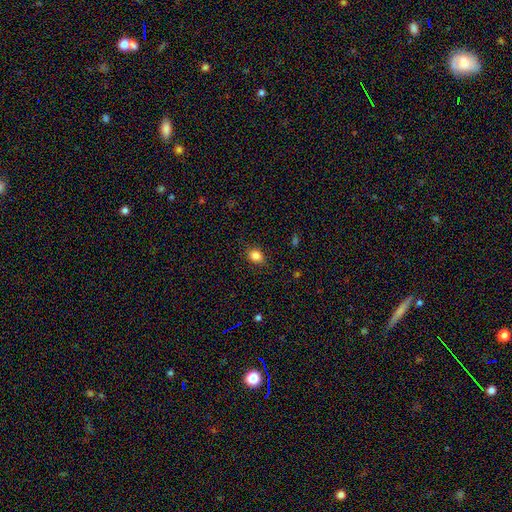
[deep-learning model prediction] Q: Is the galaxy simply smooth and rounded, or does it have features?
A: smooth — 84%.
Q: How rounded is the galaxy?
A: in between — 53%.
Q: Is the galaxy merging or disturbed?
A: none — 85%.